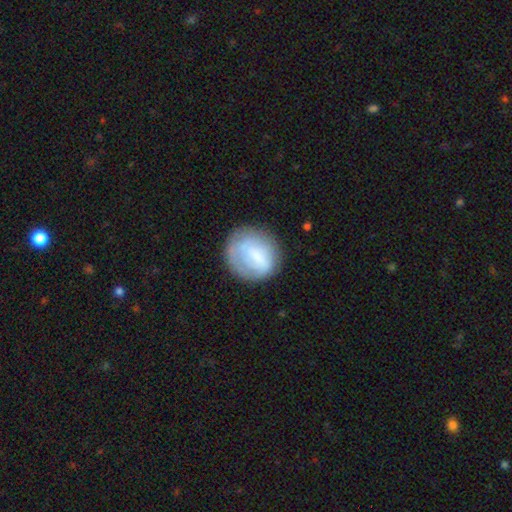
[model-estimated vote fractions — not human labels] A smooth galaxy with no disk features (62%) that is round (74%). Merging: none (62%).